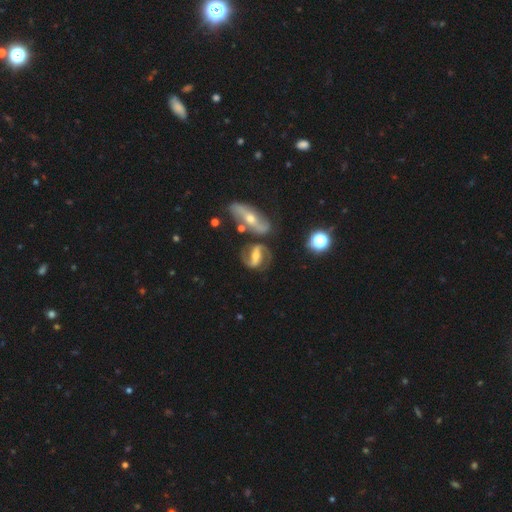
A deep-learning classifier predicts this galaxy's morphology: Smooth or featured: featured or disk — 84% (smooth — 9%)
Edge-on disk: no — 94% (yes — 6%)
Bar: strong — 60% (weak — 28%)
Spiral arms: yes — 95% (no — 5%)
Spiral winding: medium — 52% (loose — 31%)
Spiral arm count: 2 — 91% (can't tell — 3%)
Bulge size: moderate — 46% (small — 43%)
Merging: none — 62% (merger — 17%)